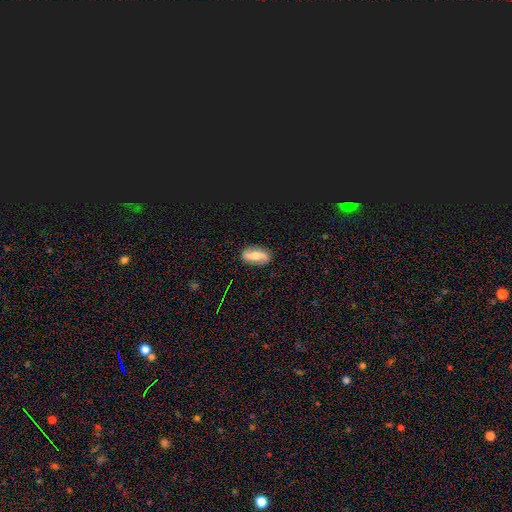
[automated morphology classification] This appears to be a featured or disk galaxy (58%) with a strong bar (39%), spiral arms (84%) and a moderate central bulge (51%). Merging: none (85%).